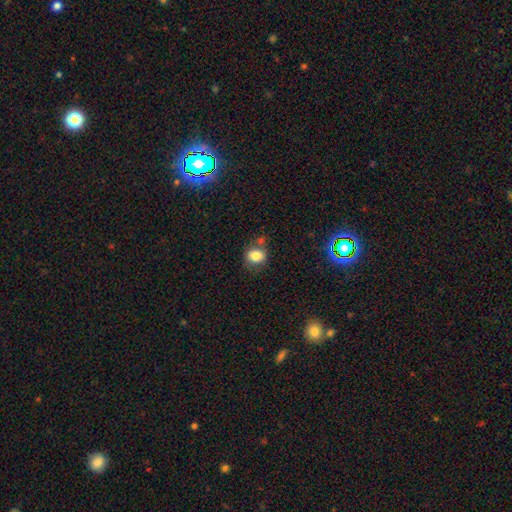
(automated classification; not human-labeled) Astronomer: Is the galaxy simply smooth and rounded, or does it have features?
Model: smooth — 81%.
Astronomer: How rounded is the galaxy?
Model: round — 62%.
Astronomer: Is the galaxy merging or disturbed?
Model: none — 63%.